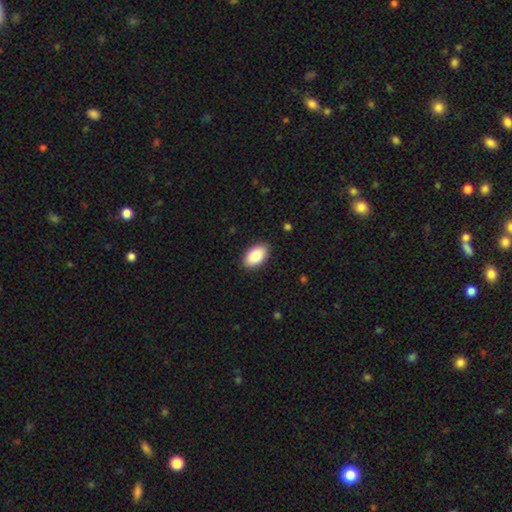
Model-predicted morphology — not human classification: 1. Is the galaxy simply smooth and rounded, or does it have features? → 86% smooth, 8% featured or disk, 6% star or artifact.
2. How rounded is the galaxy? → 94% in between, 5% round, 1% cigar-shaped.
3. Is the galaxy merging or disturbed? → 89% none, 8% minor disturbance, 2% major disturbance, 1% merger.